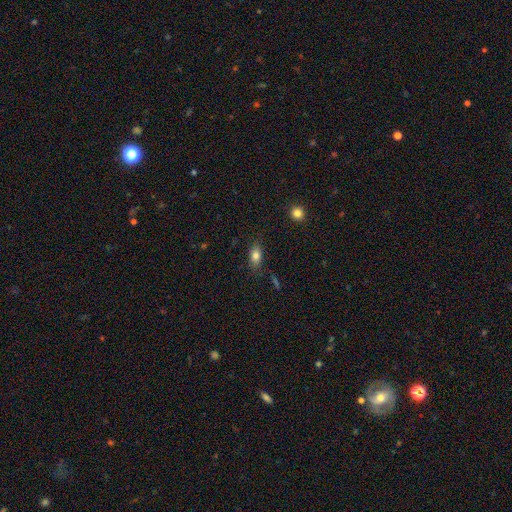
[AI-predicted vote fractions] Overall: smooth (80%). How rounded: in between (84%). Merging: none (79%).